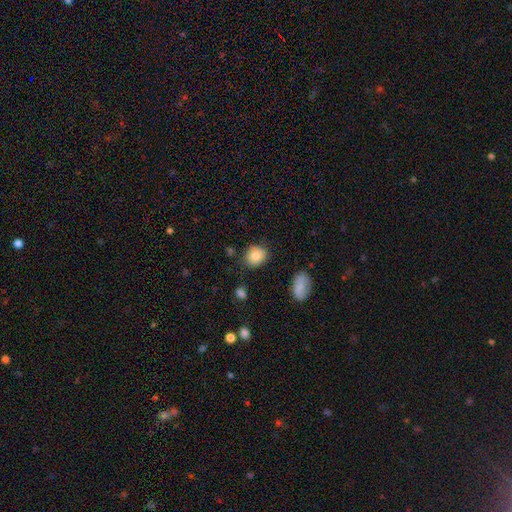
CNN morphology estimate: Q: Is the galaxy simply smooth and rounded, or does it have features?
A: smooth — 82%.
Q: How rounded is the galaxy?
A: round — 72%.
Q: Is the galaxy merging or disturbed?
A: none — 79%.